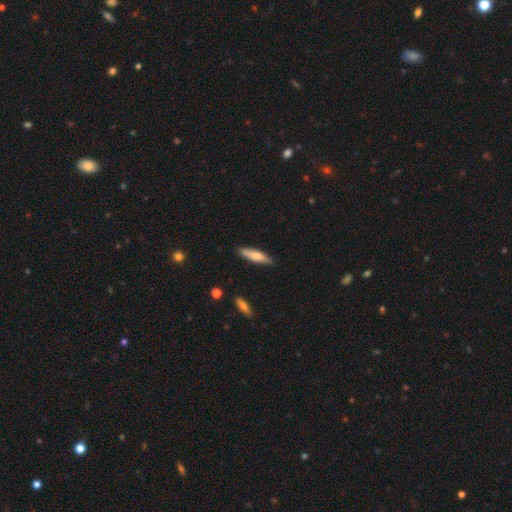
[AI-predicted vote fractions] smooth-or-featured: smooth: 72% | featured or disk: 22% | star or artifact: 6%
  how-rounded: cigar-shaped: 73% | in between: 25% | round: 2%
  merging: none: 85% | minor disturbance: 12% | major disturbance: 2% | merger: 2%